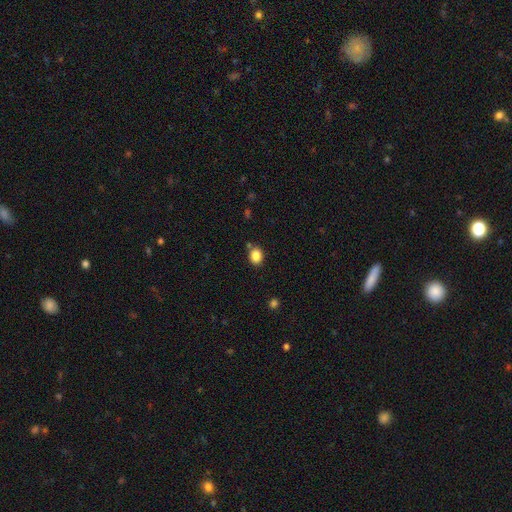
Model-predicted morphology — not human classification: This appears to be a smooth galaxy with no disk features (86%) that is round (50%). Merging: none (78%).